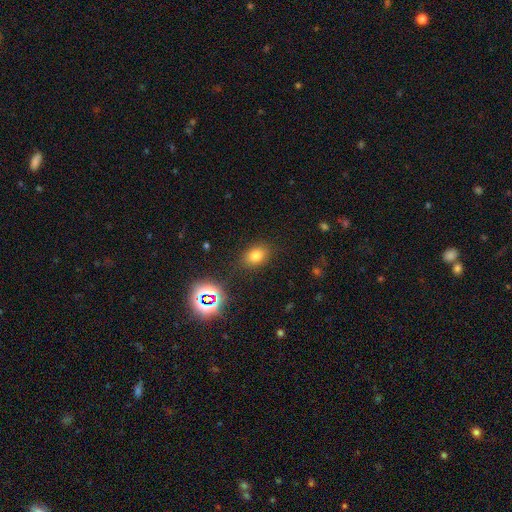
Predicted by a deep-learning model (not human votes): Smooth or featured? smooth (73%)
How rounded? in between (69%)
Merging? none (83%)